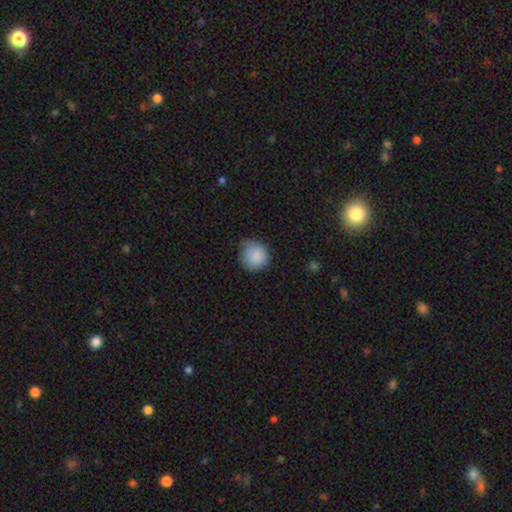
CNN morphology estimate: Smooth or featured? smooth (87%)
How rounded? round (90%)
Merging? none (63%)